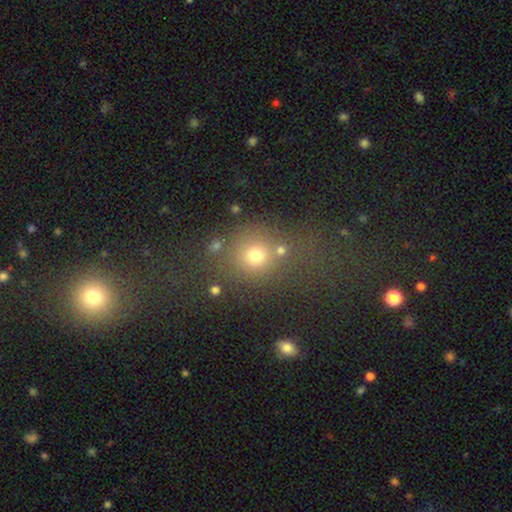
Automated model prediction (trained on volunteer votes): A smooth galaxy with no disk features (69%) that is round (79%). Merging: none (58%).